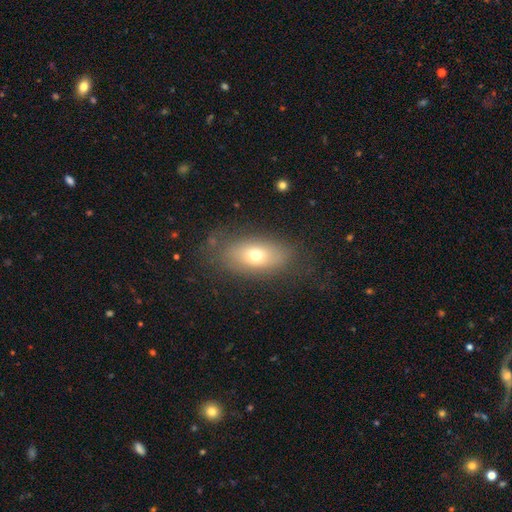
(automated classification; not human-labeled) This appears to be a smooth galaxy with no disk features (67%) that is in between round and cigar-shaped (84%). Merging: none (75%).